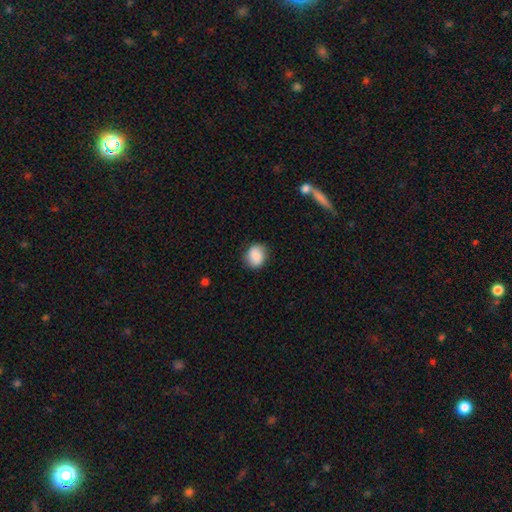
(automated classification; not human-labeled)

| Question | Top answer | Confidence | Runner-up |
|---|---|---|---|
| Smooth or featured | smooth | 84% | featured or disk (9%) |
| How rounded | round | 63% | in between (36%) |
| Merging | none | 82% | minor disturbance (14%) |